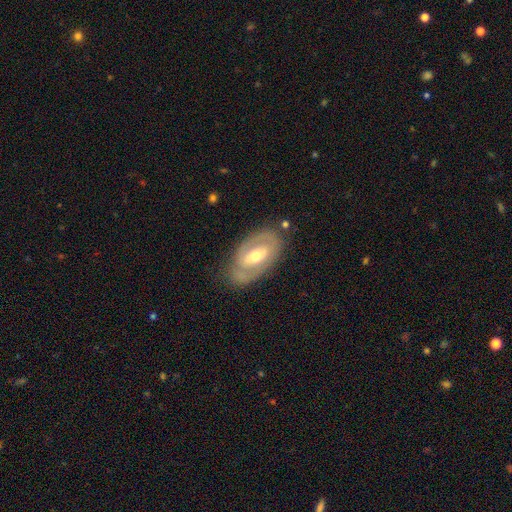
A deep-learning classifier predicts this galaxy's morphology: This is likely a featured or disk galaxy (76%). It is clearly not viewed edge-on (93%). Bar: marginally weak (40%). Spiral arm pattern: likely yes (65%). Central bulge: likely moderate (63%). Merging: likely none (76%).